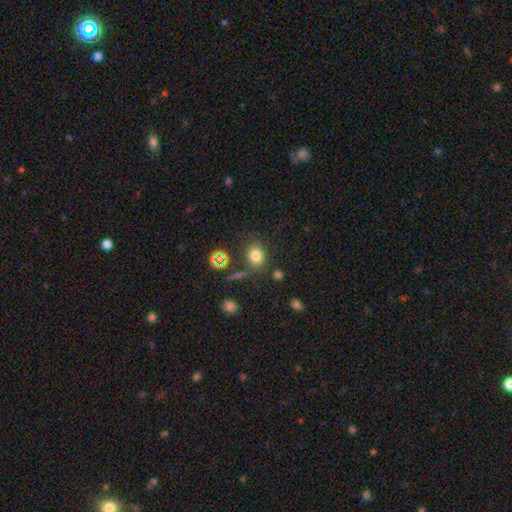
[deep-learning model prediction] A smooth galaxy with no disk features (75%) that is round (66%).

Vote fractions:
- Smooth or featured? smooth: 75% / star or artifact: 17% / featured or disk: 8%
- How rounded? round: 66% / in between: 32% / cigar-shaped: 1%
- Merging? none: 73% / minor disturbance: 13% / merger: 8% / major disturbance: 6%